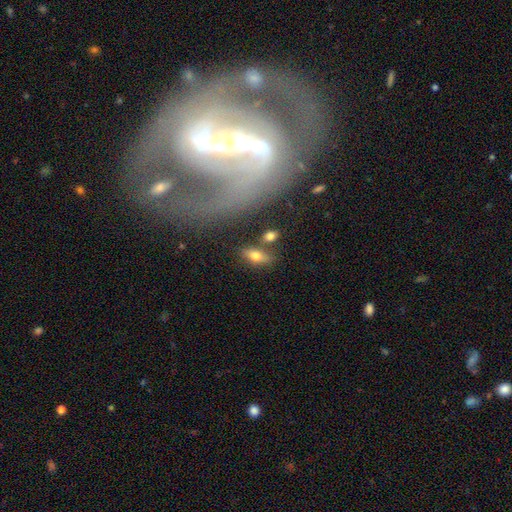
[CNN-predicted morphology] smooth-or-featured: smooth: 69% | featured or disk: 22% | star or artifact: 9%
  how-rounded: in between: 76% | cigar-shaped: 18% | round: 6%
  merging: none: 70% | minor disturbance: 13% | merger: 12% | major disturbance: 5%